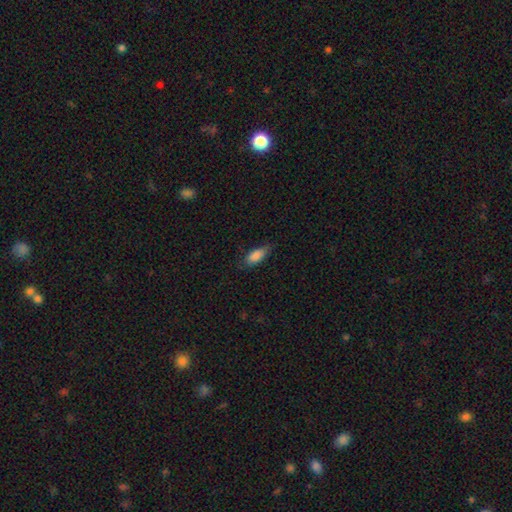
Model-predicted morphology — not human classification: Q: Smooth or featured?
A: smooth (86%); runner-up: featured or disk (7%)
Q: How rounded?
A: in between (79%); runner-up: cigar-shaped (19%)
Q: Merging?
A: none (68%); runner-up: minor disturbance (25%)